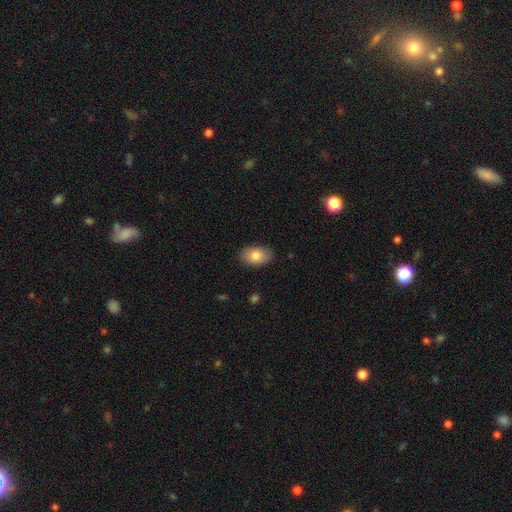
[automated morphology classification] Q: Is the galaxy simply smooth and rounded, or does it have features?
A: smooth — 81%.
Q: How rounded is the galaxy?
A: in between — 89%.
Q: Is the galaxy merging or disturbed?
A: none — 87%.